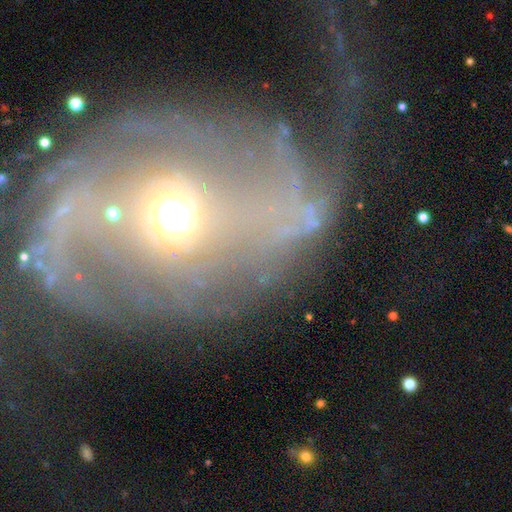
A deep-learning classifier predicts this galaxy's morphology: Overall: featured or disk (65%). Edge-on disk: no (94%). Bar: no (68%). Spiral arms: yes (61%; no 39%). Bulge size: moderate (59%). Merging: major disturbance (42%; none 33%).